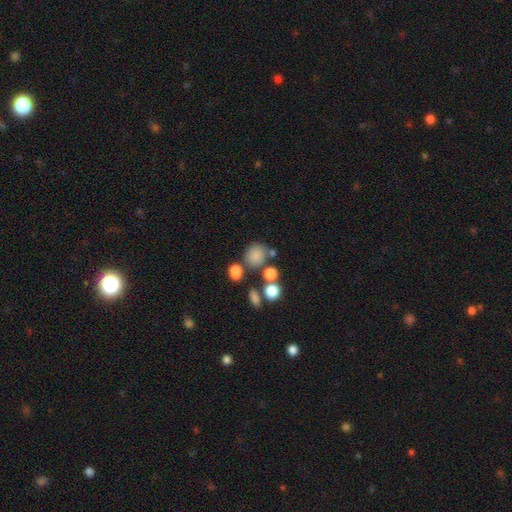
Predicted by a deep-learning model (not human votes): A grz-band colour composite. It shows a smooth galaxy with no disk features (80%) that is round (76%). Merging: none (62%).